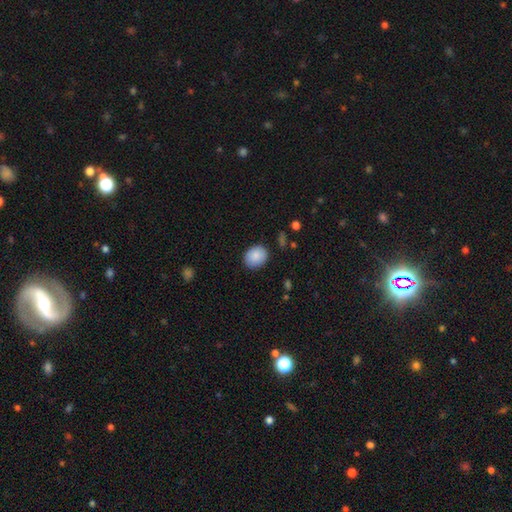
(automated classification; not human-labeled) Smooth or featured: smooth — 88% (star or artifact — 7%)
How rounded: round — 50% (in between — 49%)
Merging: none — 86% (minor disturbance — 10%)